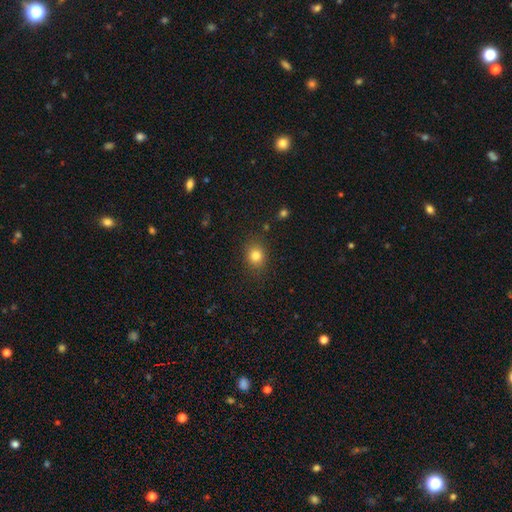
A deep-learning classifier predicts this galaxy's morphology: Q: Smooth or featured?
A: smooth (81%); runner-up: star or artifact (12%)
Q: How rounded?
A: round (68%); runner-up: in between (31%)
Q: Merging?
A: none (85%); runner-up: minor disturbance (10%)